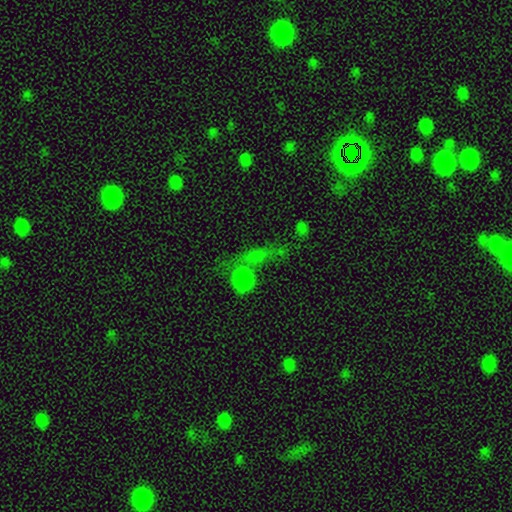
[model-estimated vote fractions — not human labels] A smooth galaxy with no disk features (57%) that is round (54%). Merging: none (52%).